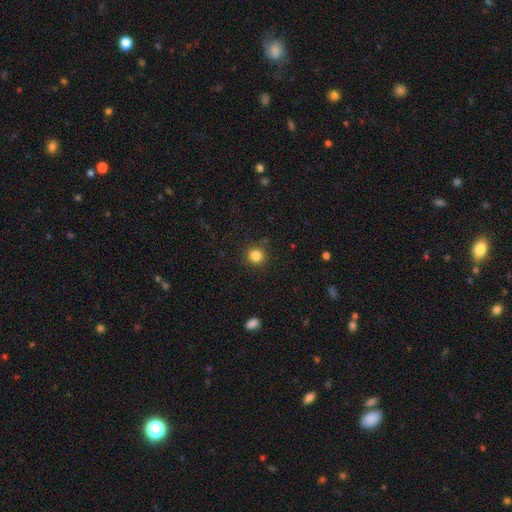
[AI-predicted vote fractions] This appears to be a smooth galaxy with no disk features (84%) that is round (92%). Merging: none (88%).